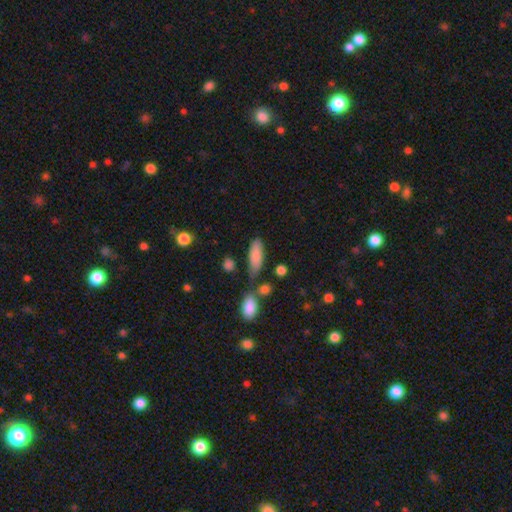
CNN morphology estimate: The model was most divided on "how rounded": in between: 67%, cigar-shaped: 30%, round: 3%. More confident: smooth or featured — smooth (82%); merging — none (63%).